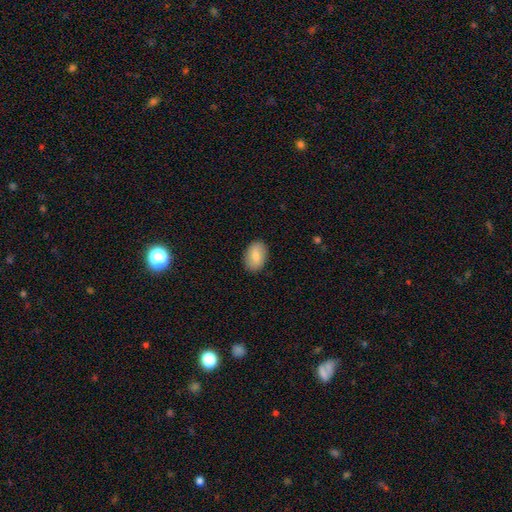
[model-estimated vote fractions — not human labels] Q: Smooth or featured?
A: smooth (79%); runner-up: featured or disk (15%)
Q: How rounded?
A: in between (85%); runner-up: round (14%)
Q: Merging?
A: none (88%); runner-up: minor disturbance (9%)